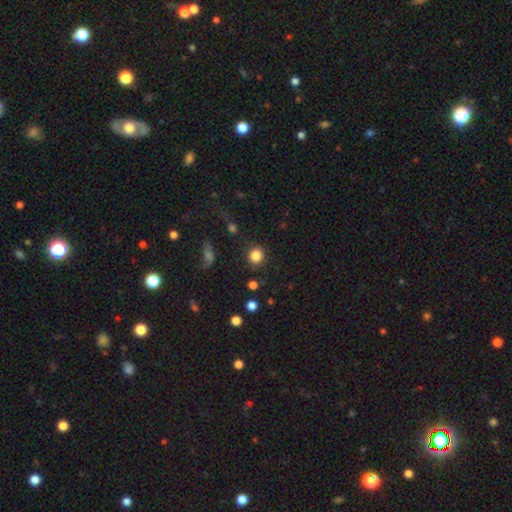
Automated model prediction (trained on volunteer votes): Overall: smooth (85%). How rounded: round (89%). Merging: none (86%).